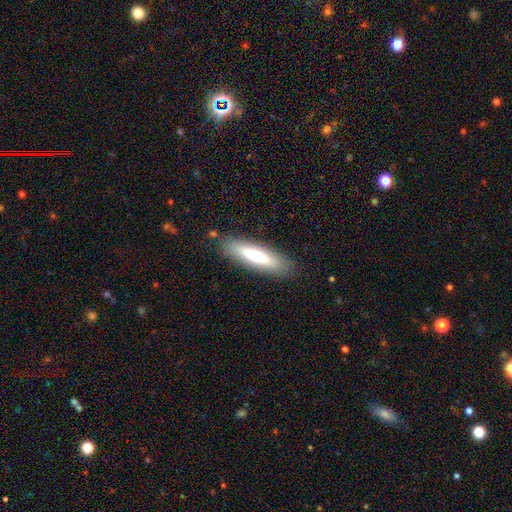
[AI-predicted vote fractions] Overall: smooth (61%; featured or disk 33%). How rounded: cigar-shaped (69%; in between 29%). Merging: none (87%).